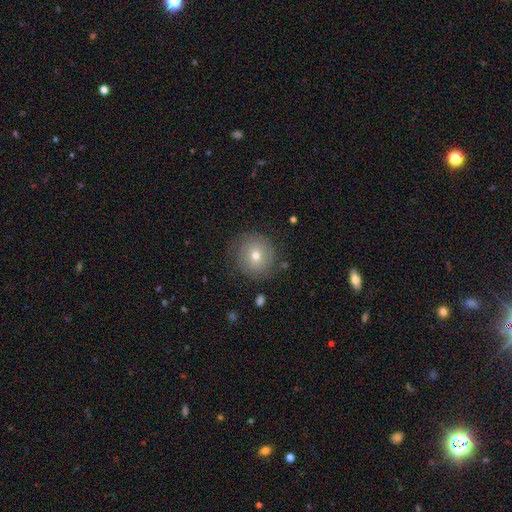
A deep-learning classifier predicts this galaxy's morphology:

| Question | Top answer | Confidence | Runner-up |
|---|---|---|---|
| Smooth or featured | smooth | 62% | featured or disk (28%) |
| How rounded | round | 89% | in between (10%) |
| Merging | none | 78% | minor disturbance (15%) |